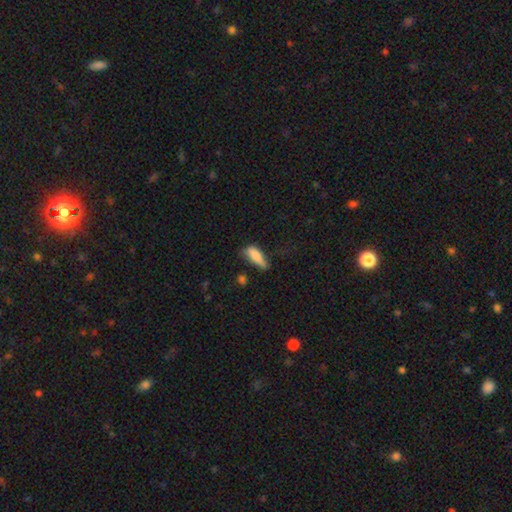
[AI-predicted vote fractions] Q: Smooth or featured?
A: smooth (79%); runner-up: featured or disk (13%)
Q: How rounded?
A: in between (56%); runner-up: cigar-shaped (42%)
Q: Merging?
A: none (41%); runner-up: minor disturbance (36%)